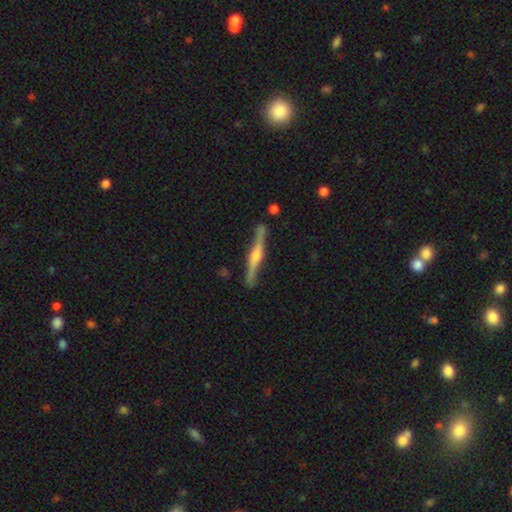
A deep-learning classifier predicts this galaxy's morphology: Smooth or featured? featured or disk (81%)
Edge-on disk? yes (98%)
Edge-on bulge? rounded (90%)
Merging? none (86%)